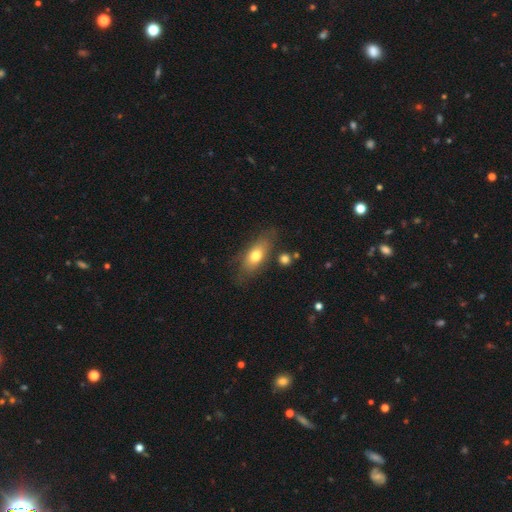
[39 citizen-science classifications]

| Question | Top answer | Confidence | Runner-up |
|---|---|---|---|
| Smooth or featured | smooth | 67% | featured or disk (26%) |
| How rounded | in between | 69% | cigar-shaped (27%) |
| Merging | none | 72% | minor disturbance (17%) |